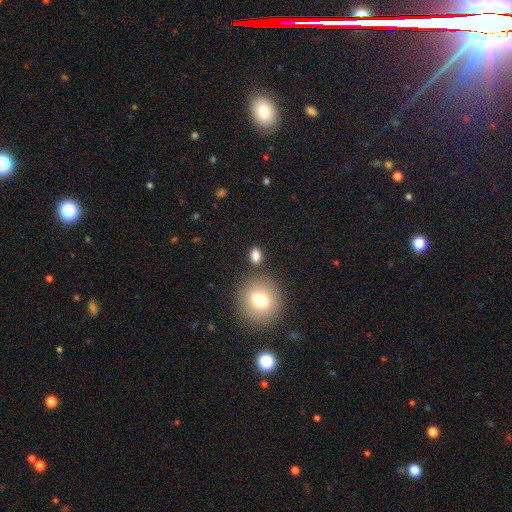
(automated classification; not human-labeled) smooth_or_featured: smooth (p=0.82) [alt: star or artifact p=0.11]
how_rounded: in between (p=0.66) [alt: round p=0.32]
merging: none (p=0.77) [alt: minor disturbance p=0.11]